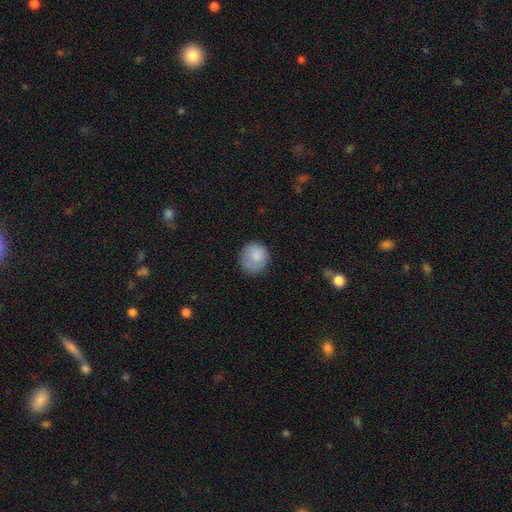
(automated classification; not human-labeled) Q: Smooth or featured?
A: smooth (83%); runner-up: featured or disk (10%)
Q: How rounded?
A: round (87%); runner-up: in between (12%)
Q: Merging?
A: none (73%); runner-up: minor disturbance (19%)